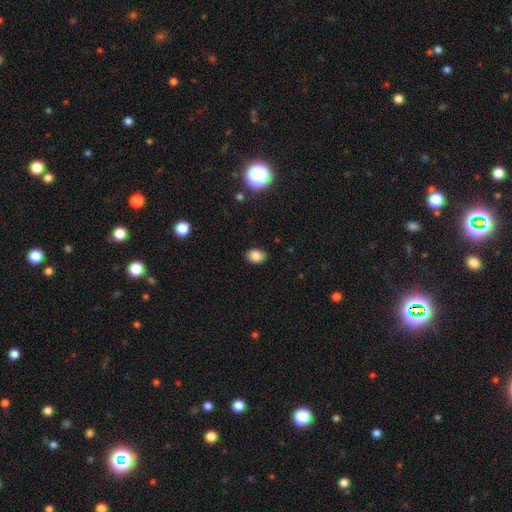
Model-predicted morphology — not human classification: This is clearly a smooth galaxy (84%). How rounded: likely in between (71%). Merging: clearly none (86%).